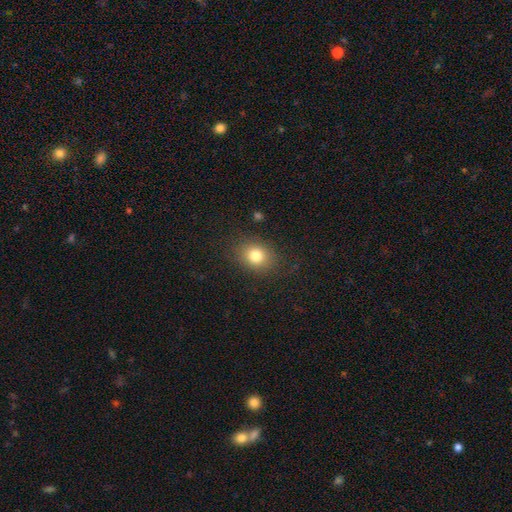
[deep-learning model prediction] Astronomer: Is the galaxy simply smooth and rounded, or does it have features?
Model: smooth — 80%.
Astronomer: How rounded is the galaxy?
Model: round — 58% (runner-up: in between, 41%).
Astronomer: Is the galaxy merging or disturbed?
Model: none — 83%.